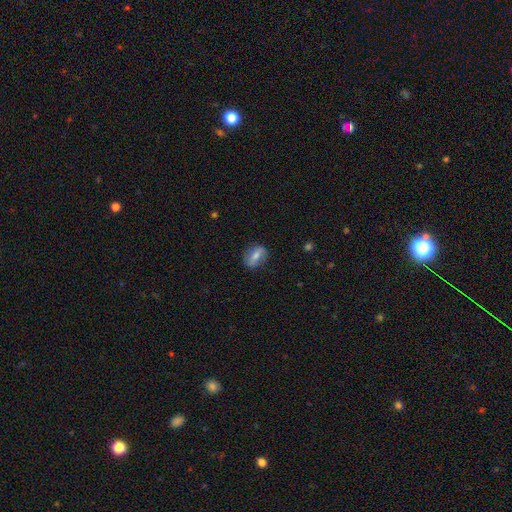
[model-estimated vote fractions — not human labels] smooth 55%, featured or disk 37%, star or artifact 8%. Down the decision tree: how rounded — in between (72%); merging — none (79%).